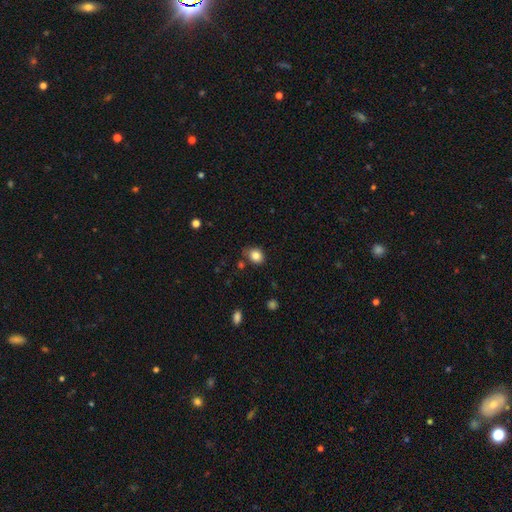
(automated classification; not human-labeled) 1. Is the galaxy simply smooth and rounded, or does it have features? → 84% smooth, 10% star or artifact, 6% featured or disk.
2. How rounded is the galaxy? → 54% round, 46% in between, 1% cigar-shaped.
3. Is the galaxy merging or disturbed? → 74% none, 18% minor disturbance, 5% merger, 4% major disturbance.